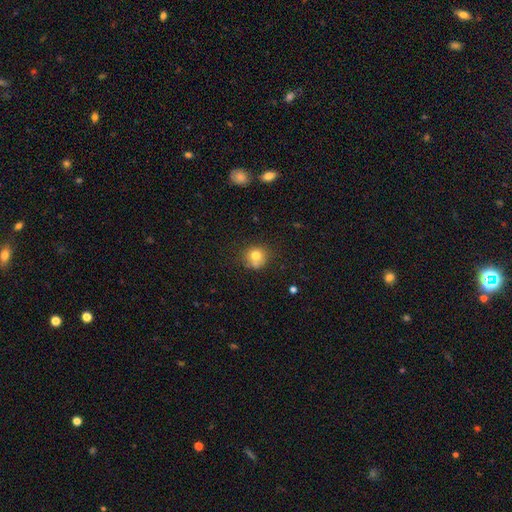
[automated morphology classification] type=smooth (75%); roundness=round (86%); merging=none (63%).